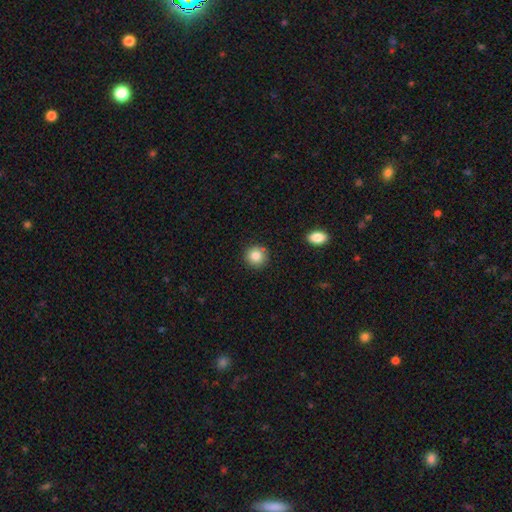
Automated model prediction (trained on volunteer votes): Smooth or featured: smooth — 84% (star or artifact — 10%)
How rounded: round — 93% (in between — 6%)
Merging: none — 88% (minor disturbance — 8%)